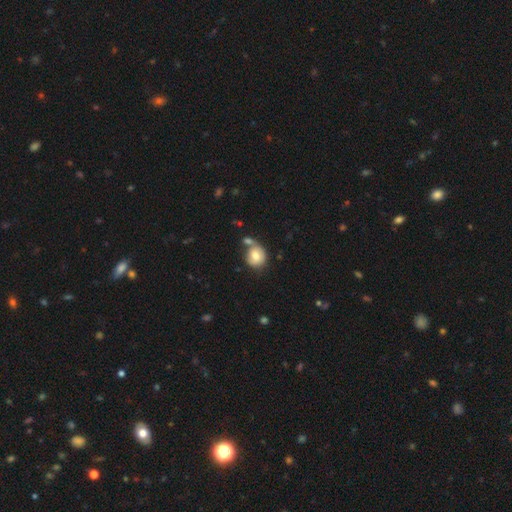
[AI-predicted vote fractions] A smooth galaxy with no disk features (72%) that is round (75%).

Vote fractions:
- Smooth or featured? smooth: 72% / featured or disk: 21% / star or artifact: 8%
- How rounded? round: 75% / in between: 24% / cigar-shaped: 1%
- Merging? none: 46% / merger: 29% / minor disturbance: 18% / major disturbance: 7%